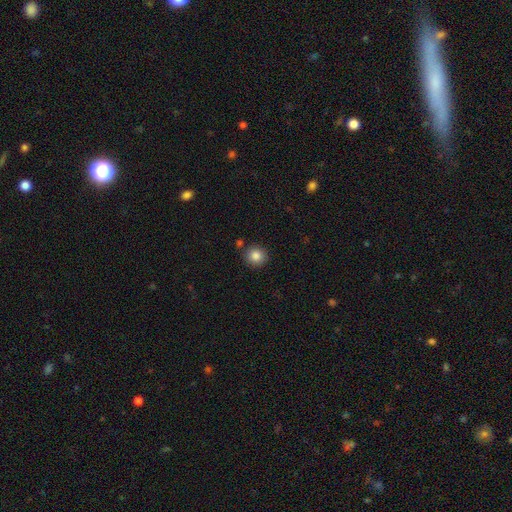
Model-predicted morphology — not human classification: Smooth or featured: smooth — 85% (star or artifact — 10%)
How rounded: round — 92% (in between — 7%)
Merging: none — 86% (minor disturbance — 8%)